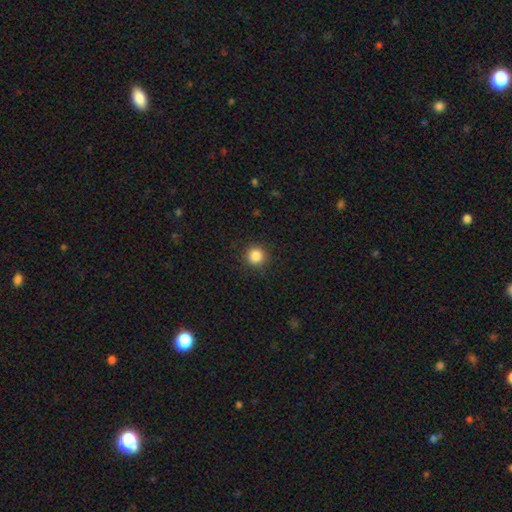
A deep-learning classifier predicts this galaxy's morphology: Q: Smooth or featured?
A: smooth (86%); runner-up: star or artifact (10%)
Q: How rounded?
A: round (94%); runner-up: in between (5%)
Q: Merging?
A: none (90%); runner-up: minor disturbance (6%)